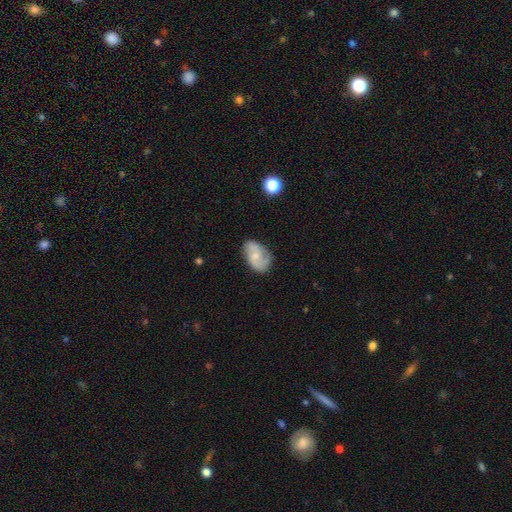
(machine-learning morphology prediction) smooth_or_featured: featured or disk (p=0.51) [alt: smooth p=0.42]
disk_edge_on: no (p=0.96) [alt: yes p=0.04]
merging: none (p=0.65) [alt: minor disturbance p=0.25]